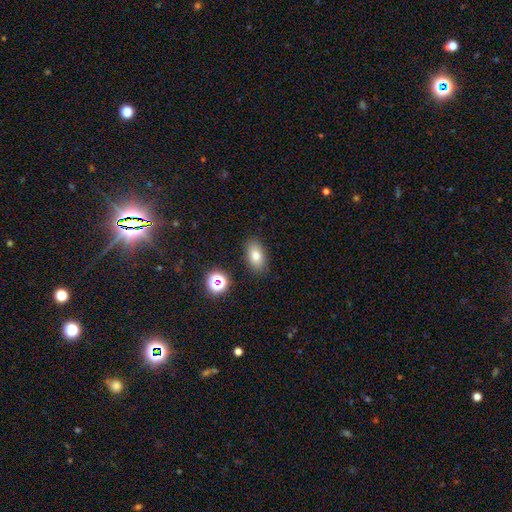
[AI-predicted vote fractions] Overall: smooth (77%). How rounded: in between (88%). Merging: none (86%).